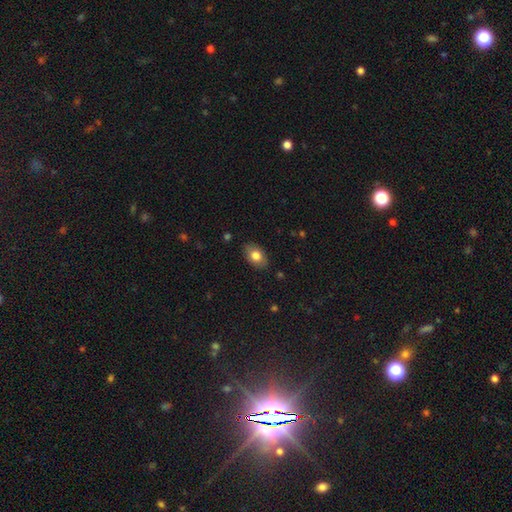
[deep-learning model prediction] This is likely a smooth galaxy (80%). How rounded: clearly in between (85%). Merging: clearly none (85%).